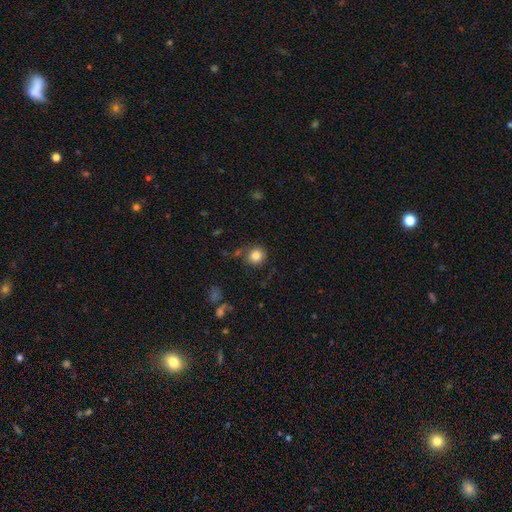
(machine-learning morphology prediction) A smooth galaxy with no disk features (83%) that is round (89%).

Vote fractions:
- Smooth or featured? smooth: 83% / star or artifact: 10% / featured or disk: 6%
- How rounded? round: 89% / in between: 10% / cigar-shaped: 1%
- Merging? none: 81% / minor disturbance: 11% / merger: 4% / major disturbance: 4%